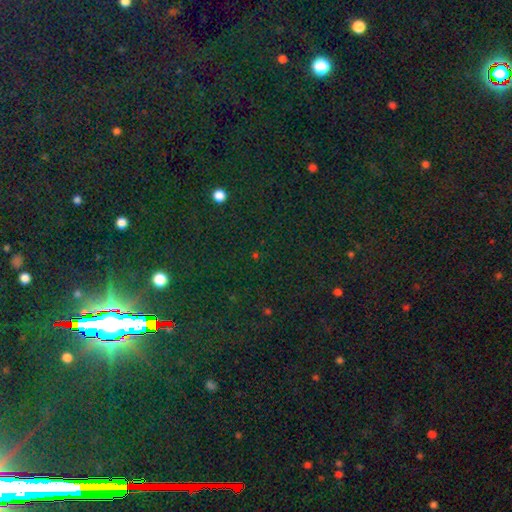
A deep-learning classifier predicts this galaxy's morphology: star or artifact 72%, smooth 20%, featured or disk 8%.